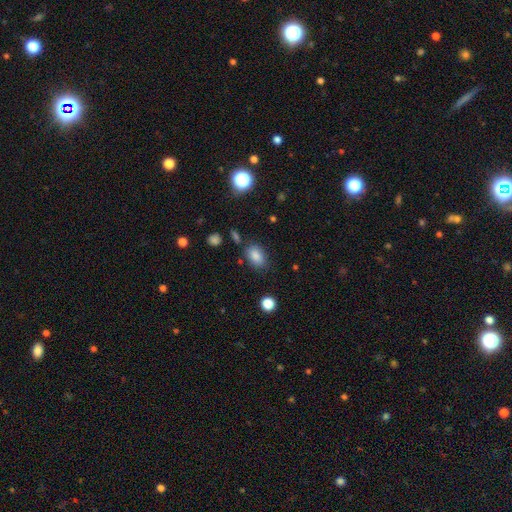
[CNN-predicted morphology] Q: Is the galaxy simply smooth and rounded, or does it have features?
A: smooth — 84%.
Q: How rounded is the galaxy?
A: in between — 85%.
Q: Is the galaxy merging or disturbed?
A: none — 77%.